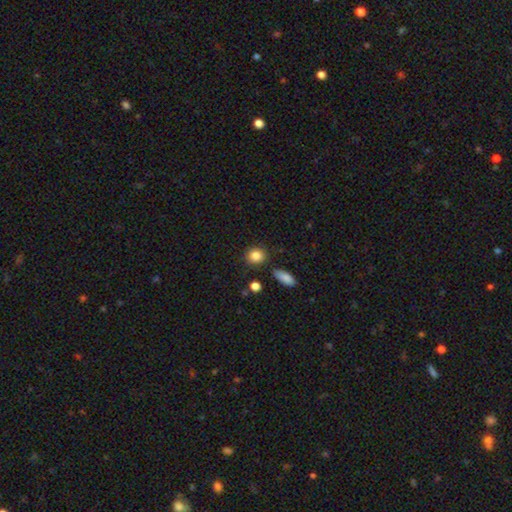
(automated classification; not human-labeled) Smooth or featured: smooth — 86% (star or artifact — 9%)
How rounded: round — 77% (in between — 21%)
Merging: none — 82% (minor disturbance — 10%)